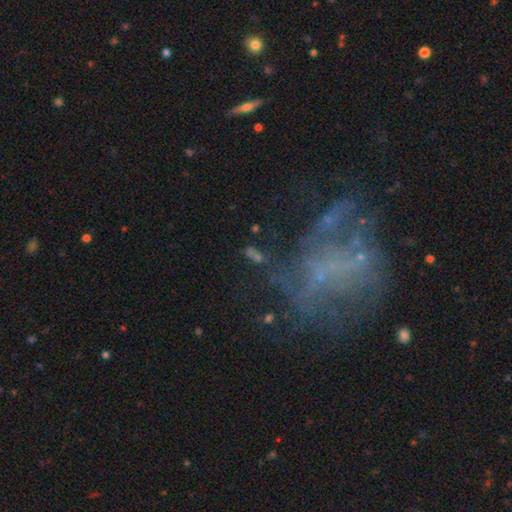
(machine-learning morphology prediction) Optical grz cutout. It shows a featured or disk galaxy (41%). Merging: none (54%).